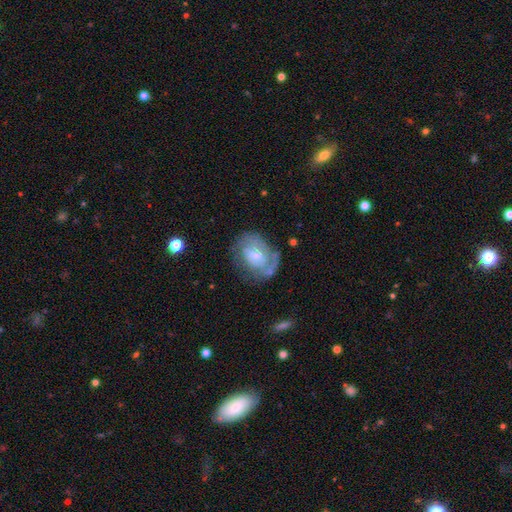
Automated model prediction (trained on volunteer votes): Smooth or featured?
  - featured or disk: 70% *
  - smooth: 23%
  - star or artifact: 6%
Edge-on disk?
  - no: 97% *
  - yes: 3%
Bar?
  - no: 48% *
  - weak: 44%
  - strong: 8%
Spiral arms?
  - yes: 77% *
  - no: 23%
Spiral winding?
  - tight: 53% *
  - medium: 34%
  - loose: 13%
Spiral arm count?
  - can't tell: 37% *
  - 2: 36%
  - 1: 16%
  - 3: 7%
  - 4: 2%
  - more than 4: 2%
Bulge size?
  - small: 53% *
  - moderate: 38%
  - none: 5%
  - large: 4%
  - dominant: 1%
Merging?
  - none: 54% *
  - minor disturbance: 24%
  - major disturbance: 18%
  - merger: 4%